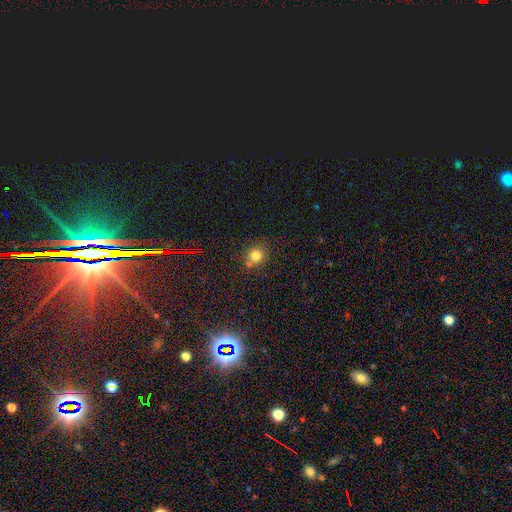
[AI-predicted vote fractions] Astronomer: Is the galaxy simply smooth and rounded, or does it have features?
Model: smooth — 77%.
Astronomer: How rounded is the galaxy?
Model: round — 87%.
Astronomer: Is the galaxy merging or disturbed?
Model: none — 69%.